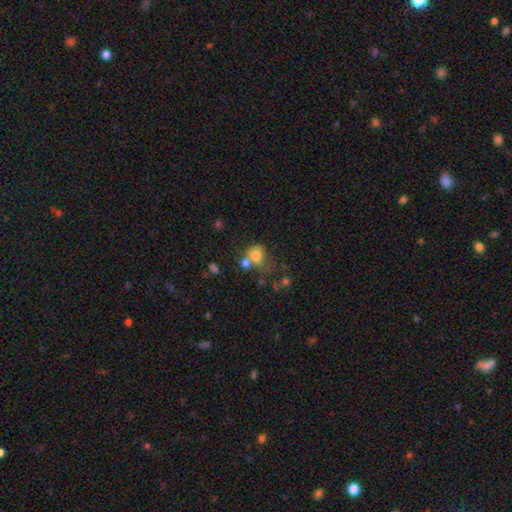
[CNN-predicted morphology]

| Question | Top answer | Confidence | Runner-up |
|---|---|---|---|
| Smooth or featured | smooth | 72% | featured or disk (16%) |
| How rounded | round | 61% | in between (38%) |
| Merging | merger | 38% | none (31%) |